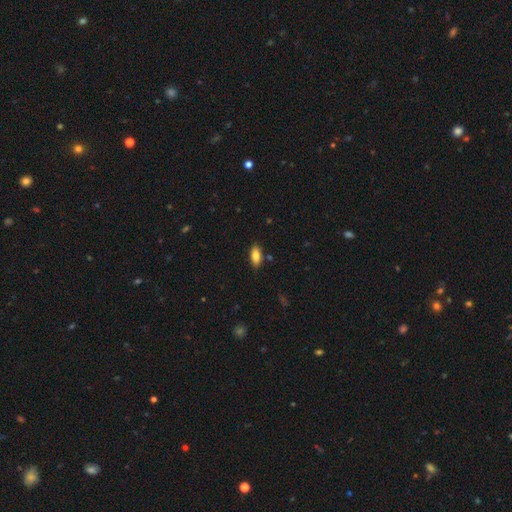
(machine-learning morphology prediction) This appears to be a smooth galaxy with no disk features (84%) that is in between round and cigar-shaped (88%). Merging: none (85%).